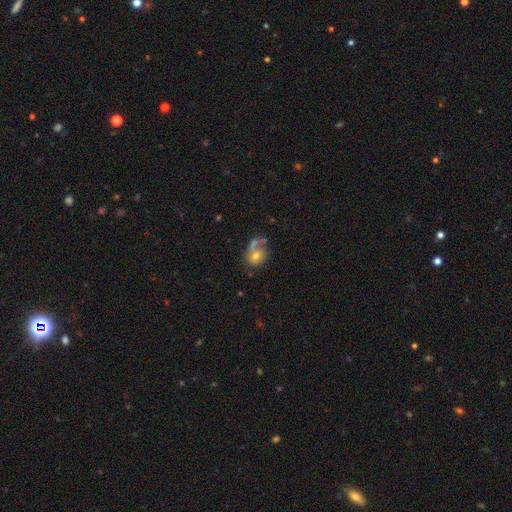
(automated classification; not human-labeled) smooth-or-featured: smooth: 49% | featured or disk: 40% | star or artifact: 11%
  merging: none: 33% | major disturbance: 27% | merger: 22% | minor disturbance: 18%